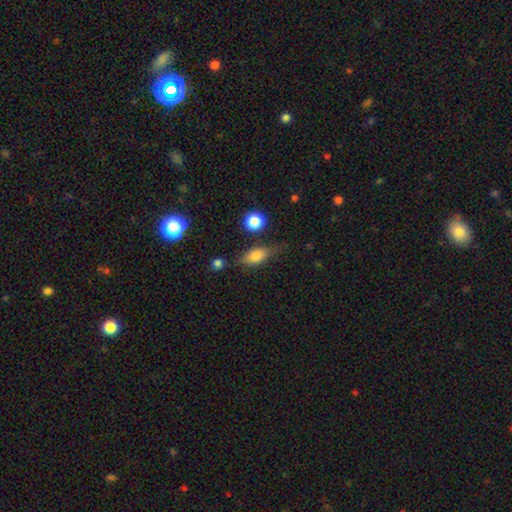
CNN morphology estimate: The model was most divided on "merging": none: 62%, minor disturbance: 25%, major disturbance: 9%, merger: 4%. More confident: how rounded — in between (72%); smooth or featured — smooth (67%).